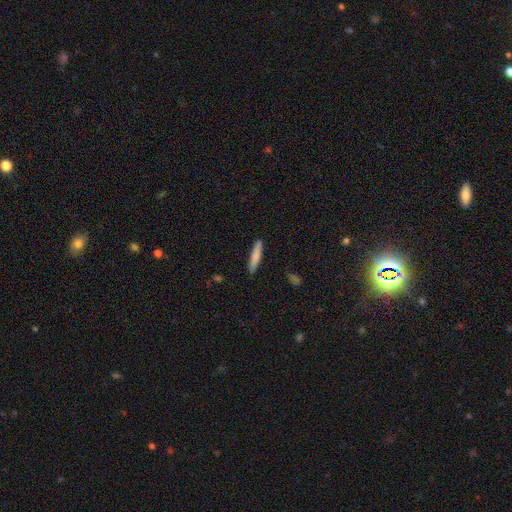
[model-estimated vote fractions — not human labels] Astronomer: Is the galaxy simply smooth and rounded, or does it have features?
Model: smooth — 77%.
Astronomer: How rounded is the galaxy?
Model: cigar-shaped — 90%.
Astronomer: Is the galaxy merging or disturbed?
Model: none — 90%.